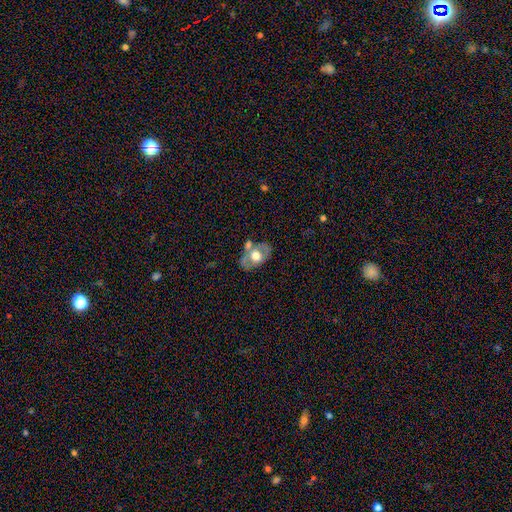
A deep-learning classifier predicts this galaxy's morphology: type=featured or disk (50%); merging=none (57%).